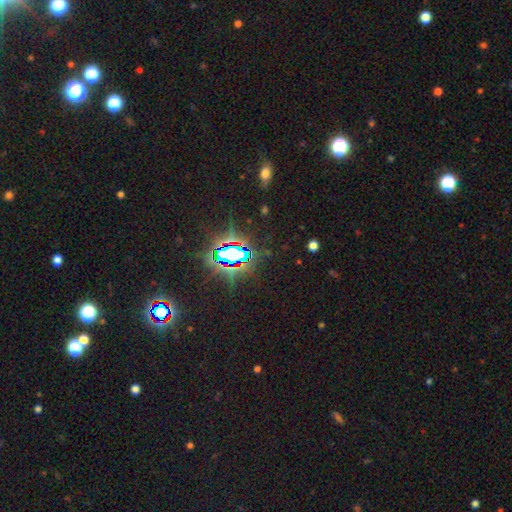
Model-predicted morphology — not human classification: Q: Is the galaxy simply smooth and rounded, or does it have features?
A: star or artifact — 81%.